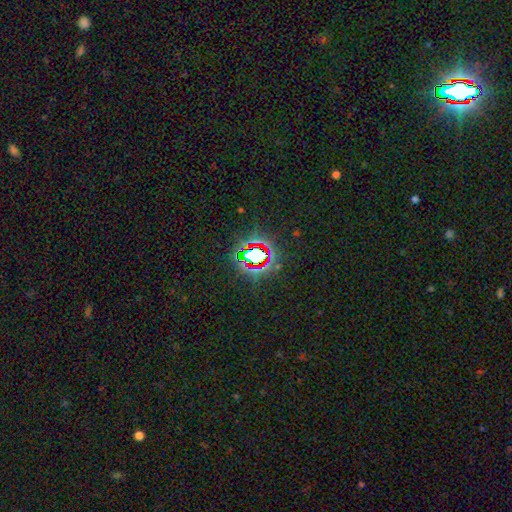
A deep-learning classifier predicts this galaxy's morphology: Smooth or featured: star or artifact — 74% (smooth — 14%)